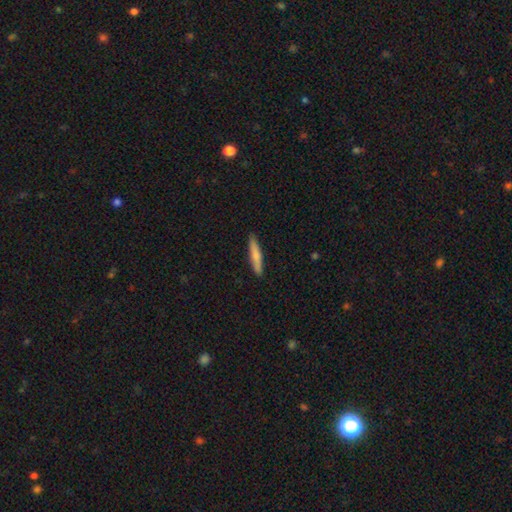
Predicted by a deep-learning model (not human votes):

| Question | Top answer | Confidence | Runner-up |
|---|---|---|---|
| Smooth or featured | smooth | 75% | featured or disk (20%) |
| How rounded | cigar-shaped | 92% | in between (7%) |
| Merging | none | 89% | minor disturbance (8%) |